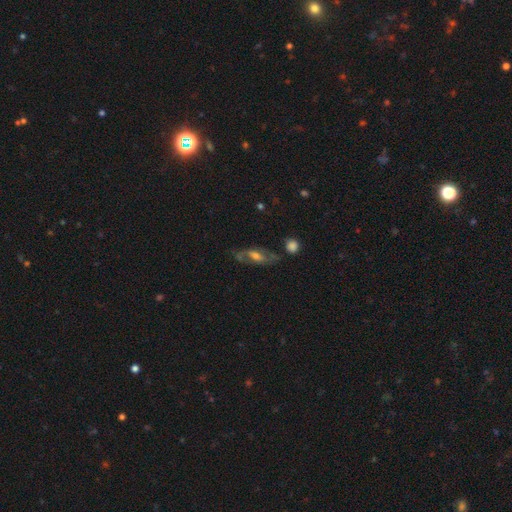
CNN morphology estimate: Smooth or featured? featured or disk (67%)
Edge-on disk? no (80%)
Bar? weak (43%)
Spiral arms? yes (78%)
Bulge size? moderate (52%)
Merging? none (63%)